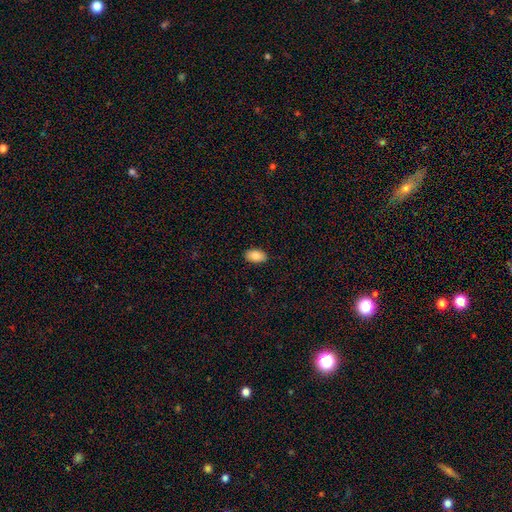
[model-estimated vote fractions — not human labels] Smooth or featured?
  - smooth: 88% *
  - star or artifact: 7%
  - featured or disk: 5%
How rounded?
  - in between: 94% *
  - round: 4%
  - cigar-shaped: 2%
Merging?
  - none: 89% *
  - minor disturbance: 8%
  - major disturbance: 2%
  - merger: 1%